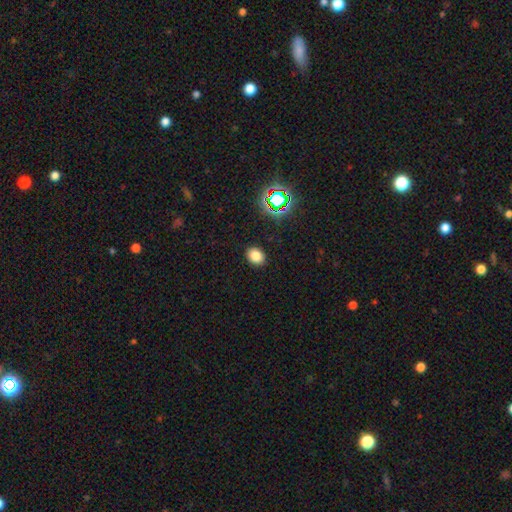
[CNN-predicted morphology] smooth 80%, star or artifact 15%, featured or disk 5%. Down the decision tree: how rounded — in between (61%); merging — none (89%).